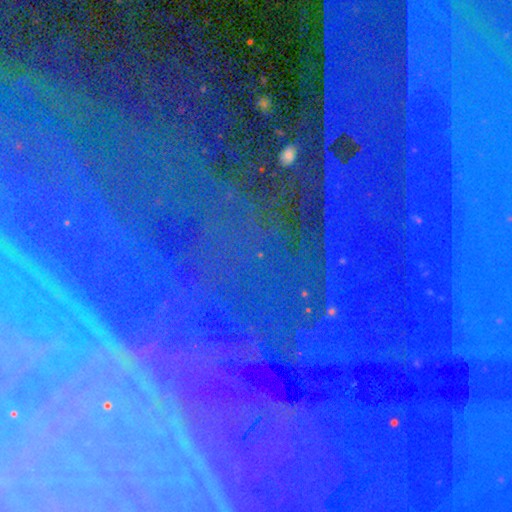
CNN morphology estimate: Overall: star or artifact (82%).